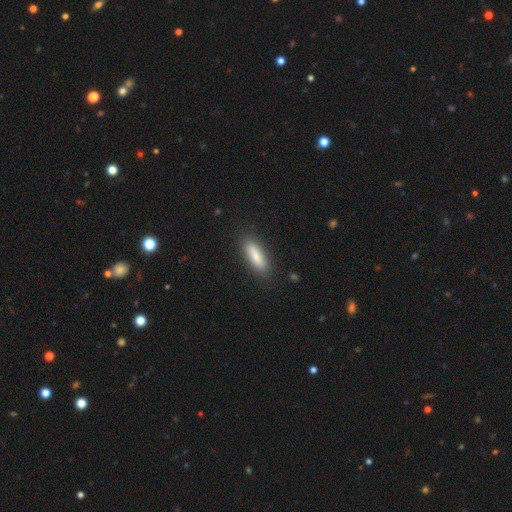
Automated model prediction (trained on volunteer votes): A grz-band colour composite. It shows a smooth galaxy with no disk features (82%) that is cigar-shaped (56%). Merging: none (86%).